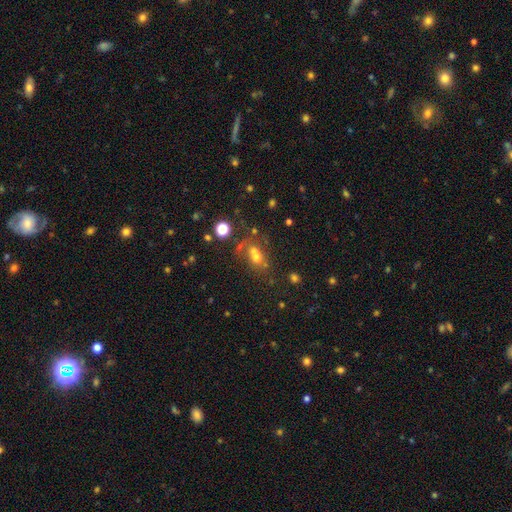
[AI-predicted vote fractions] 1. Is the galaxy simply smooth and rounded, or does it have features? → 54% smooth, 26% star or artifact, 19% featured or disk.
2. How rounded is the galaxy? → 49% round, 48% in between, 3% cigar-shaped.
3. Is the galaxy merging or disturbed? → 43% merger, 38% none, 11% minor disturbance, 8% major disturbance.